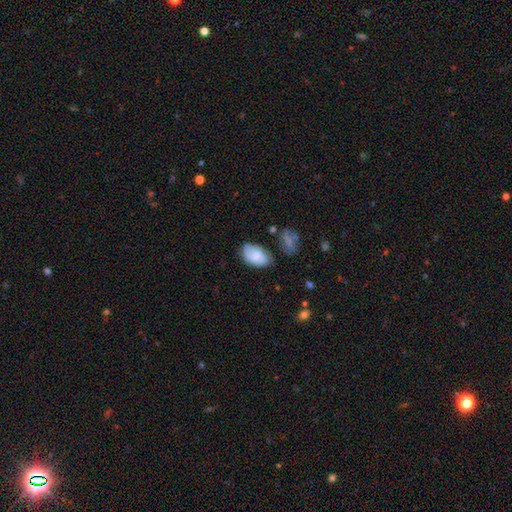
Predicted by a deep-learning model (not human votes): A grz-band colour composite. It shows a smooth galaxy with no disk features (66%) that is in between round and cigar-shaped (92%). Merging: none (60%).